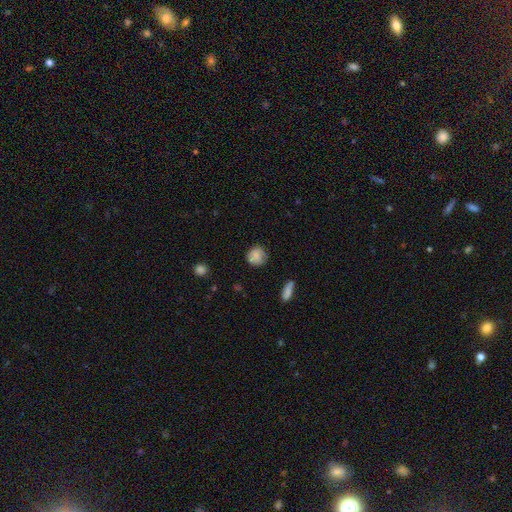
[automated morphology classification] Smooth or featured?
  - smooth: 80% *
  - featured or disk: 12%
  - star or artifact: 8%
How rounded?
  - round: 87% *
  - in between: 12%
  - cigar-shaped: 1%
Merging?
  - none: 78% *
  - minor disturbance: 17%
  - major disturbance: 4%
  - merger: 2%